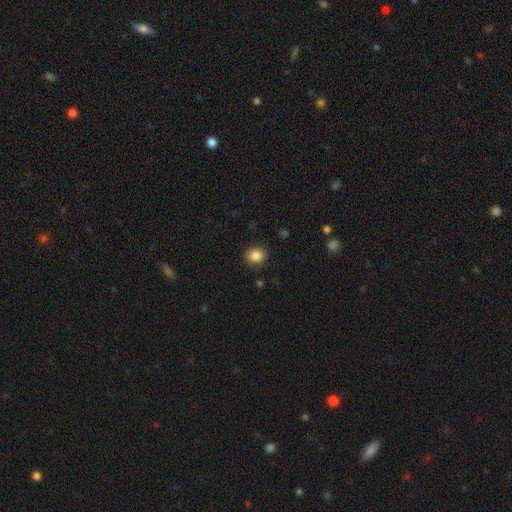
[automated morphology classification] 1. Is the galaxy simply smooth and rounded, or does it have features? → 85% smooth, 10% star or artifact, 5% featured or disk.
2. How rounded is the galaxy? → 72% round, 27% in between, 1% cigar-shaped.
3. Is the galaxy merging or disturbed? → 90% none, 7% minor disturbance, 2% major disturbance, 1% merger.